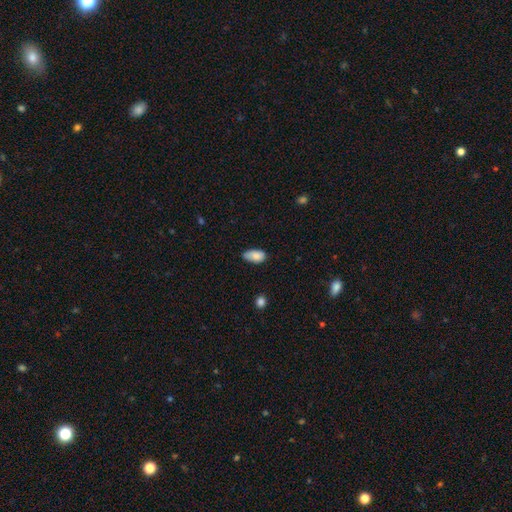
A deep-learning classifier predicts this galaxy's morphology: Q: Smooth or featured?
A: smooth (84%); runner-up: featured or disk (9%)
Q: How rounded?
A: in between (93%); runner-up: round (4%)
Q: Merging?
A: none (61%); runner-up: minor disturbance (32%)